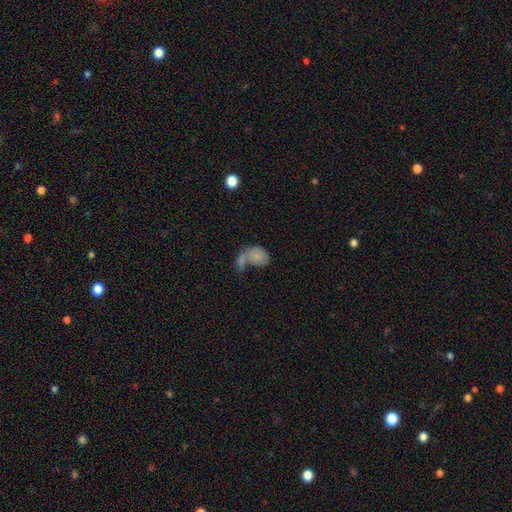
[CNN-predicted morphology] Q: Smooth or featured?
A: smooth (72%); runner-up: featured or disk (19%)
Q: How rounded?
A: in between (73%); runner-up: round (26%)
Q: Merging?
A: merger (56%); runner-up: none (20%)